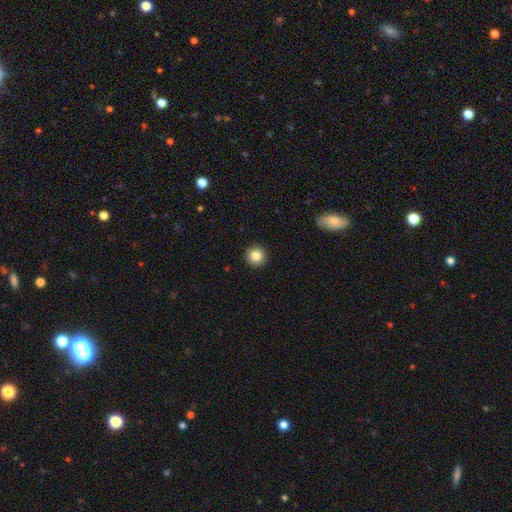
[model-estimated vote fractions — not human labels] Smooth or featured? Predicted: smooth (p=0.84). How rounded? Predicted: round (p=0.95). Merging? Predicted: none (p=0.93).